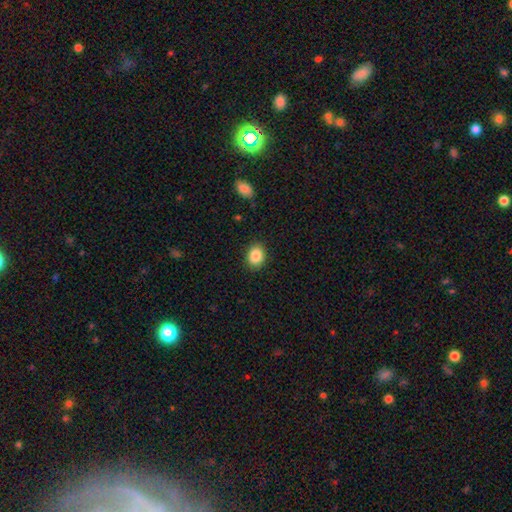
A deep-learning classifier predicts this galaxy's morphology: smooth_or_featured: smooth (p=0.87) [alt: star or artifact p=0.08]
how_rounded: in between (p=0.52) [alt: round p=0.47]
merging: none (p=0.88) [alt: minor disturbance p=0.08]